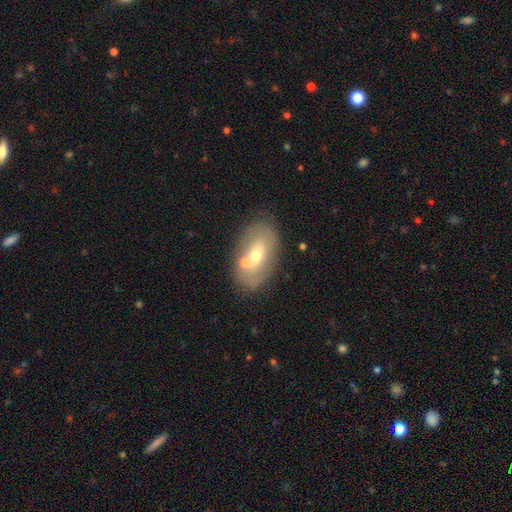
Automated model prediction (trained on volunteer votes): The model was most divided on "smooth or featured": smooth: 51%, featured or disk: 40%, star or artifact: 9%. More confident: how rounded — in between (88%); merging — none (62%).